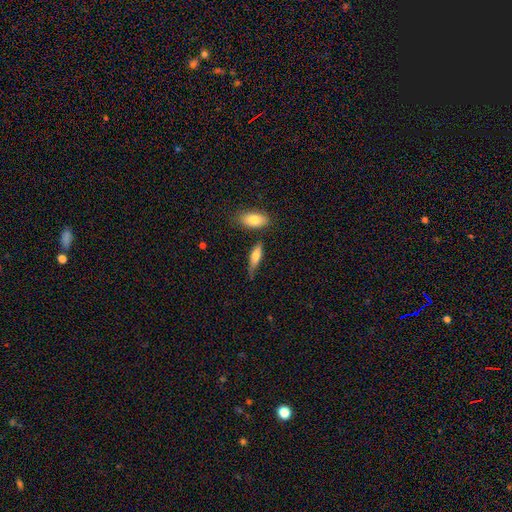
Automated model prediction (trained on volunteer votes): Q: Smooth or featured?
A: smooth (70%); runner-up: featured or disk (23%)
Q: How rounded?
A: in between (49%); runner-up: cigar-shaped (48%)
Q: Merging?
A: none (56%); runner-up: minor disturbance (27%)